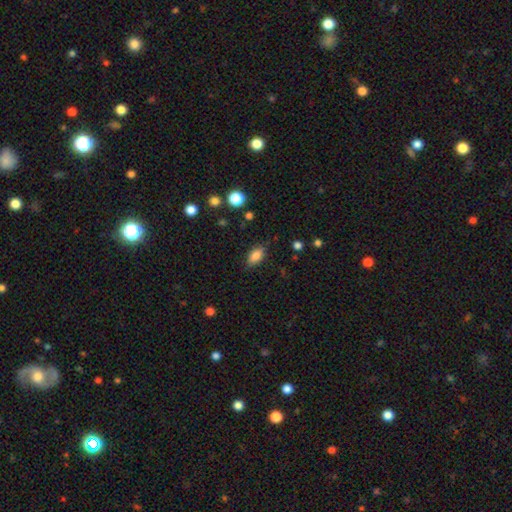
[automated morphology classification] smooth-or-featured: smooth: 82% | star or artifact: 9% | featured or disk: 9%
  how-rounded: in between: 86% | cigar-shaped: 8% | round: 6%
  merging: none: 81% | minor disturbance: 14% | major disturbance: 4% | merger: 1%